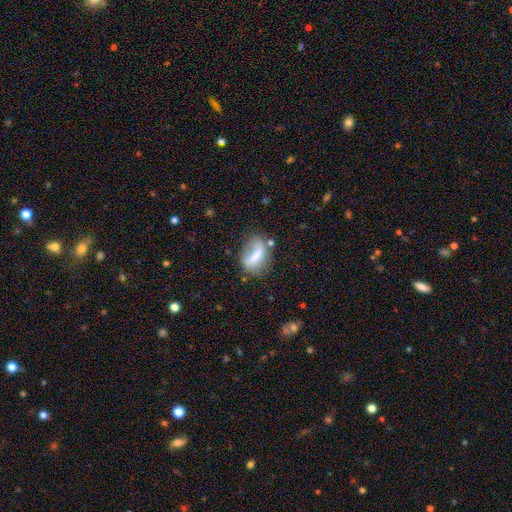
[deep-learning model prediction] Q: Smooth or featured?
A: smooth (54%); runner-up: featured or disk (36%)
Q: How rounded?
A: in between (70%); runner-up: round (18%)
Q: Merging?
A: none (47%); runner-up: minor disturbance (26%)